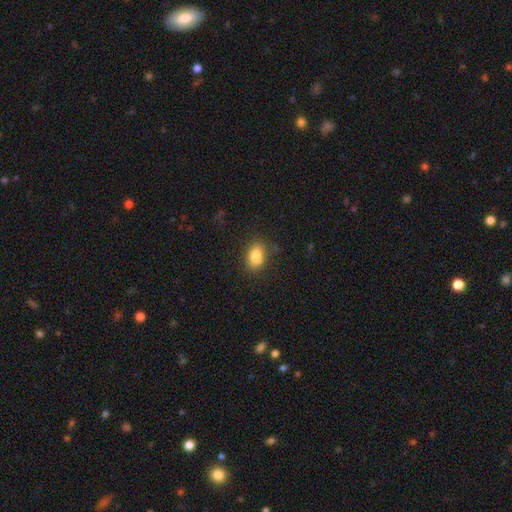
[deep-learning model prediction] Smooth or featured?
  - smooth: 81% *
  - star or artifact: 10%
  - featured or disk: 10%
How rounded?
  - in between: 71% *
  - round: 27%
  - cigar-shaped: 1%
Merging?
  - none: 75% *
  - minor disturbance: 17%
  - major disturbance: 4%
  - merger: 3%